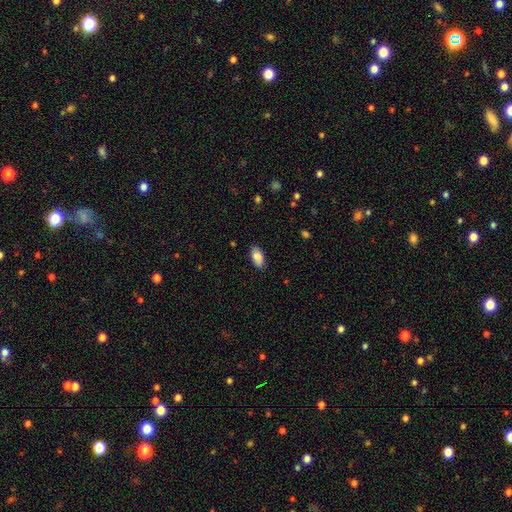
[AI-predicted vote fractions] The model was most divided on "merging": none: 86%, minor disturbance: 11%, major disturbance: 2%, merger: 1%. More confident: how rounded — in between (93%); smooth or featured — smooth (86%).